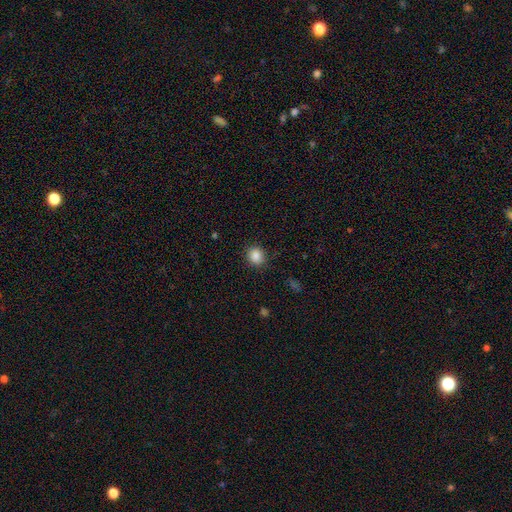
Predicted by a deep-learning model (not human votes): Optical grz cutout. It shows a smooth galaxy with no disk features (86%) that is round (82%). Merging: none (87%).